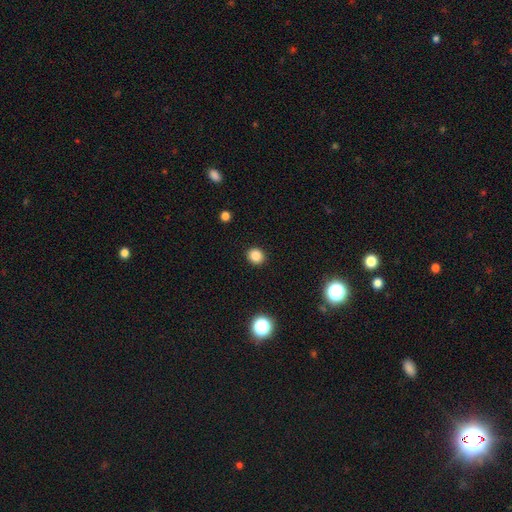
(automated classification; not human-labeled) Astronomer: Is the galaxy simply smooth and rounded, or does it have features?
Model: smooth — 84%.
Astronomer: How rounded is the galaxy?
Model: round — 84%.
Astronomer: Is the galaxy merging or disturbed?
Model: none — 92%.